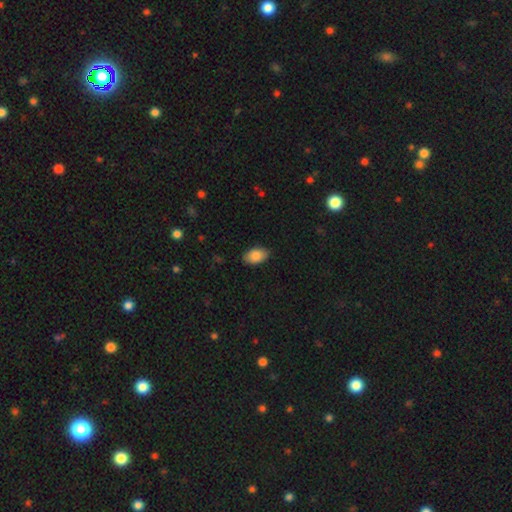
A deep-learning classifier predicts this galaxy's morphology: Q: Smooth or featured?
A: smooth (85%); runner-up: featured or disk (8%)
Q: How rounded?
A: in between (93%); runner-up: round (5%)
Q: Merging?
A: none (86%); runner-up: minor disturbance (11%)